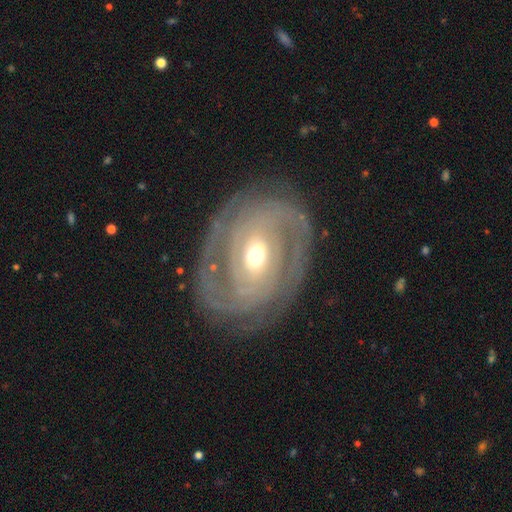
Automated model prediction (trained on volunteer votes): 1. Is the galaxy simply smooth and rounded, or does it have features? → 88% featured or disk, 7% smooth, 5% star or artifact.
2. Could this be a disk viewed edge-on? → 96% no, 4% yes.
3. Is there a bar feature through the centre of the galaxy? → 45% no, 37% weak, 18% strong.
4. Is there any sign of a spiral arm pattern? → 93% yes, 7% no.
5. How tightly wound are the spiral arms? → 73% tight, 21% medium, 6% loose.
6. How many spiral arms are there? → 45% 2, 24% can't tell, 14% 3, 6% 4, 6% 1, 5% more than 4.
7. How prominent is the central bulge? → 63% moderate, 30% small, 6% large, 1% dominant, 1% none.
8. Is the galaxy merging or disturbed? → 77% none, 14% minor disturbance, 7% major disturbance, 1% merger.